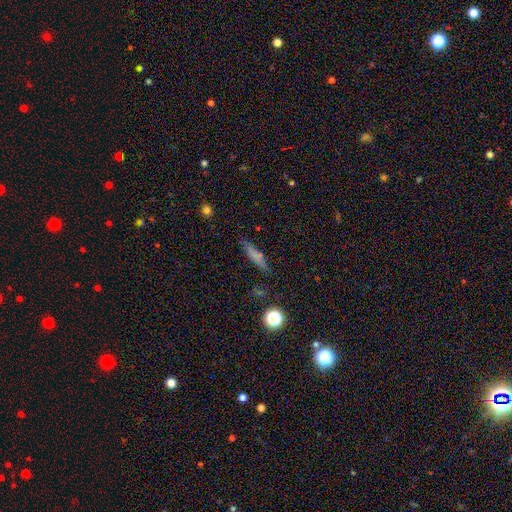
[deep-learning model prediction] Smooth or featured? Predicted: smooth (p=0.71). How rounded? Predicted: cigar-shaped (p=0.82). Merging? Predicted: none (p=0.81).